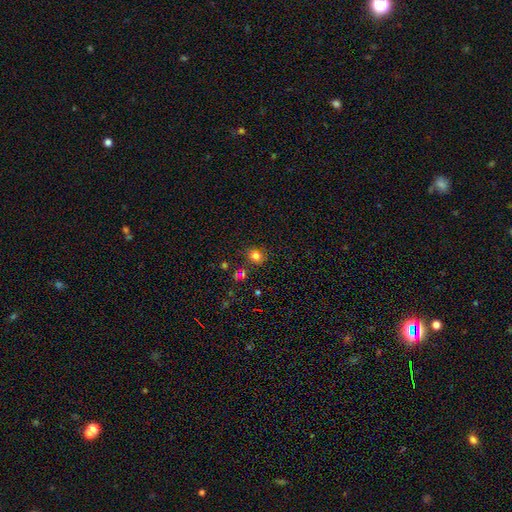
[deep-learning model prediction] The model was most divided on "how rounded": round: 77%, in between: 22%, cigar-shaped: 1%. More confident: merging — none (81%); smooth or featured — smooth (80%).